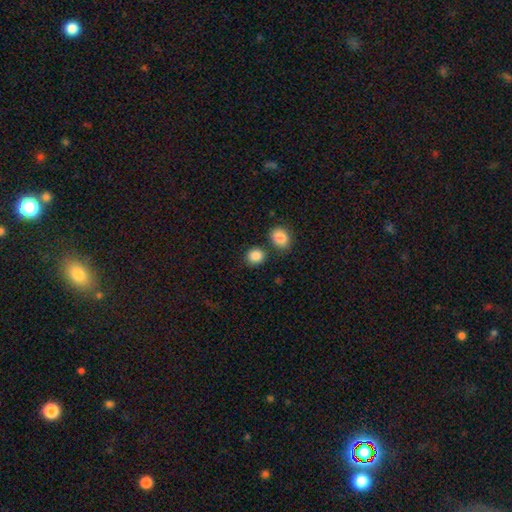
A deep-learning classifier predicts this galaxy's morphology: The model was most divided on "how rounded": round: 80%, in between: 19%, cigar-shaped: 1%. More confident: smooth or featured — smooth (87%); merging — none (78%).